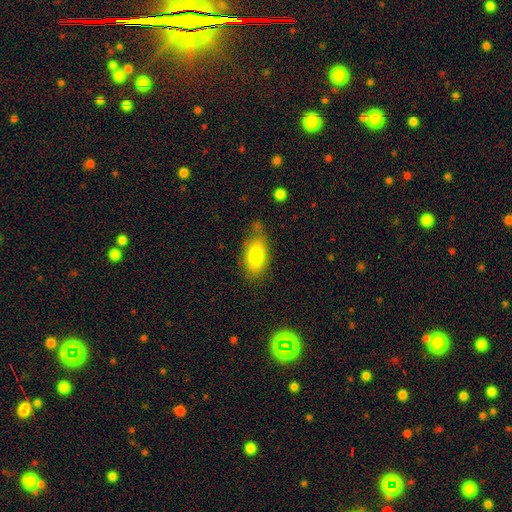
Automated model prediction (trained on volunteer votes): Smooth or featured: smooth — 81% (featured or disk — 11%)
How rounded: in between — 90% (cigar-shaped — 5%)
Merging: none — 66% (minor disturbance — 21%)